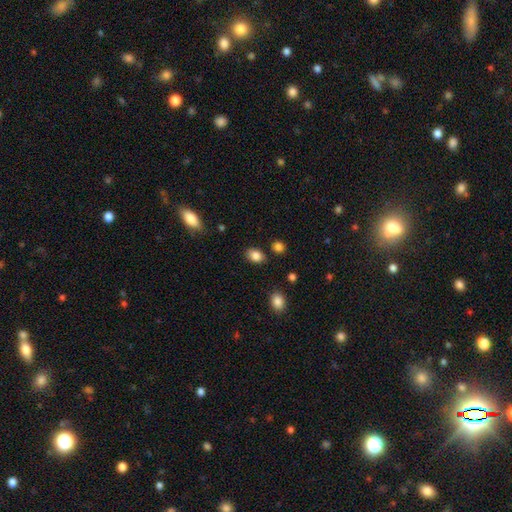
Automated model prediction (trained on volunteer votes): Smooth or featured? smooth (85%)
How rounded? in between (76%)
Merging? none (83%)